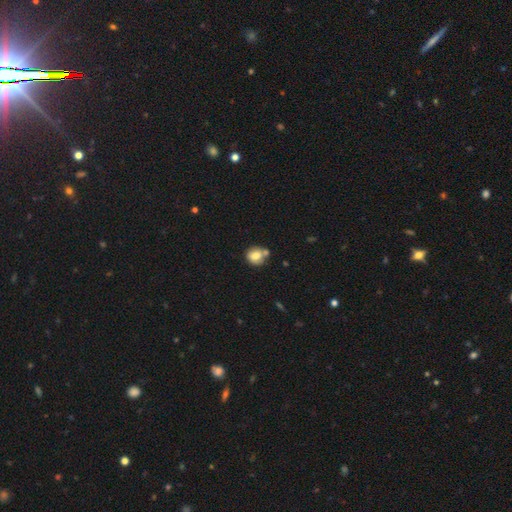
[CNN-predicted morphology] Smooth or featured?
  - smooth: 77% *
  - featured or disk: 14%
  - star or artifact: 9%
How rounded?
  - round: 76% *
  - in between: 23%
  - cigar-shaped: 1%
Merging?
  - none: 55% *
  - merger: 25%
  - minor disturbance: 16%
  - major disturbance: 4%